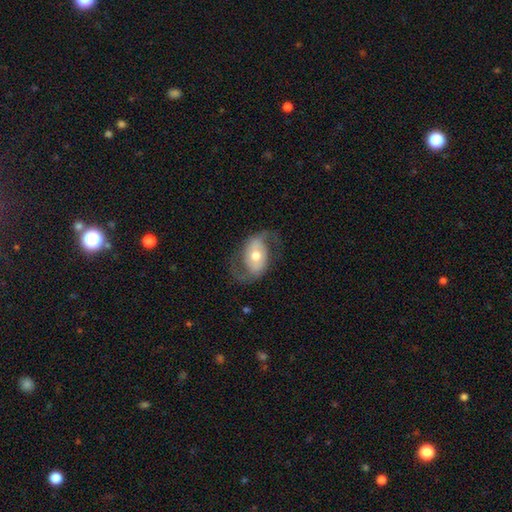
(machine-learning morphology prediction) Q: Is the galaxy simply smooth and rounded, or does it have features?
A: featured or disk — 76%.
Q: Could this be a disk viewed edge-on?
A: no — 96%.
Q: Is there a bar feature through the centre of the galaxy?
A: no — 54%.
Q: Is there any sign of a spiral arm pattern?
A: yes — 86%.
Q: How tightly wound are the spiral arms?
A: loose — 46%.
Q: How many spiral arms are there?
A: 2 — 91%.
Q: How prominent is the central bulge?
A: moderate — 70%.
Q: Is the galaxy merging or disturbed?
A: none — 68%.